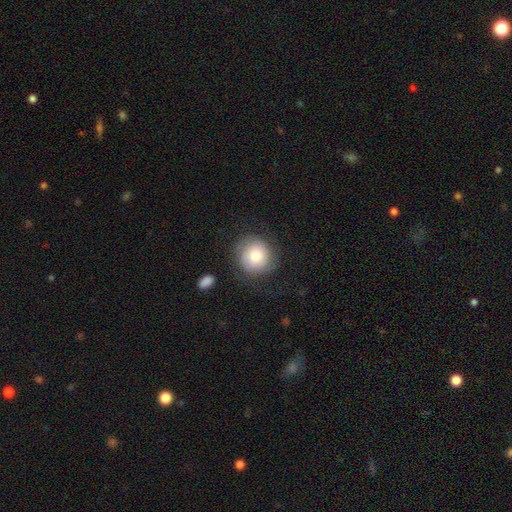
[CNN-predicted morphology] Q: Smooth or featured?
A: smooth (75%); runner-up: featured or disk (18%)
Q: How rounded?
A: round (91%); runner-up: in between (9%)
Q: Merging?
A: none (74%); runner-up: minor disturbance (16%)